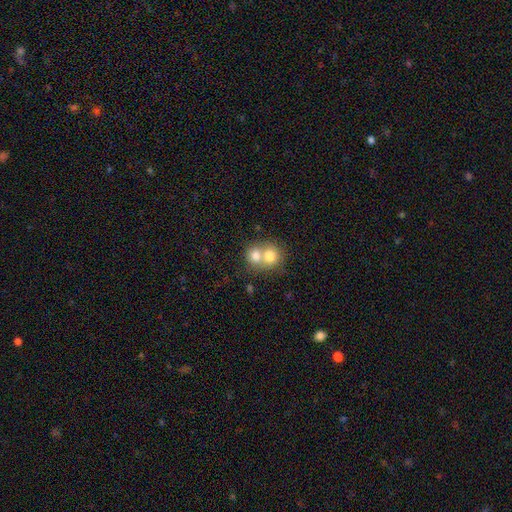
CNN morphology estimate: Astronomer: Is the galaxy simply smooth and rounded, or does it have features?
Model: smooth — 73%.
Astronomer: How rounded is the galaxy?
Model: round — 77%.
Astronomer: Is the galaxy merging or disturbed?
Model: merger — 68%.